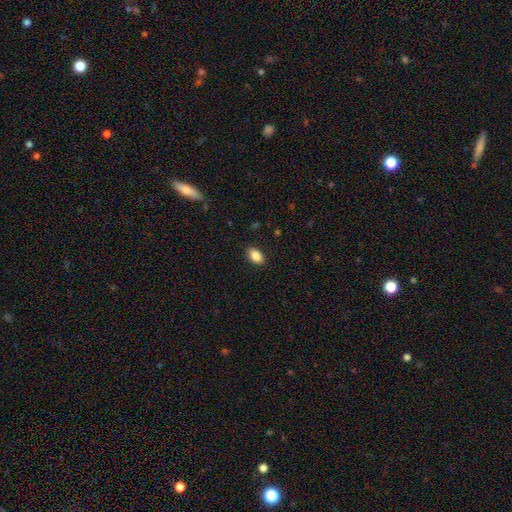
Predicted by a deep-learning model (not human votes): smooth 88%, star or artifact 8%, featured or disk 4%. Down the decision tree: how rounded — in between (91%); merging — none (88%).